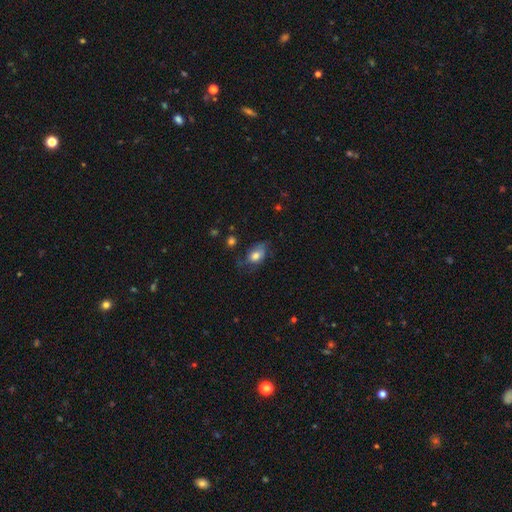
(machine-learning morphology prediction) The model was most divided on "merging": none: 49%, minor disturbance: 32%, major disturbance: 17%, merger: 2%. More confident: how rounded — in between (82%); smooth or featured — smooth (72%).